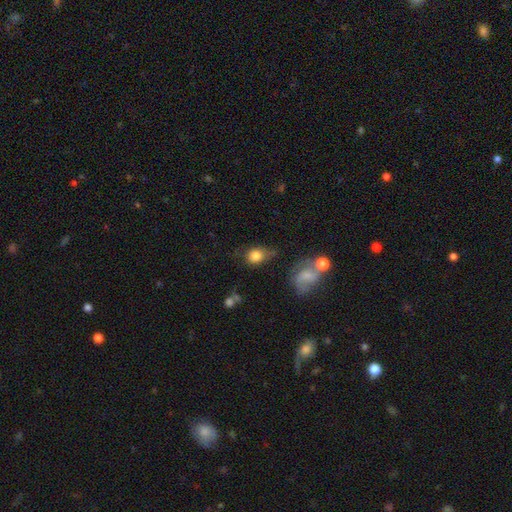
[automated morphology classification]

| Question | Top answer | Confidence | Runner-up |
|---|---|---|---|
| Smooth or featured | smooth | 79% | featured or disk (12%) |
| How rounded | round | 52% | in between (46%) |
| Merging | none | 50% | minor disturbance (29%) |